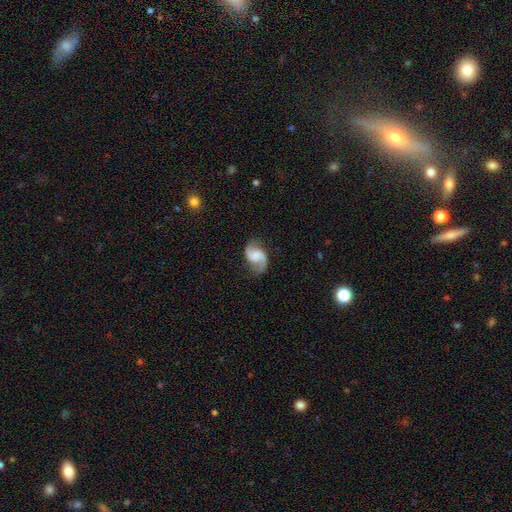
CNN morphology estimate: The model was most divided on "bar": no: 50%, weak: 39%, strong: 10%. Remaining: edge-on disk — no (98%); spiral arms — yes (97%); spiral arm count — 2 (93%); smooth or featured — featured or disk (85%); merging — none (77%); spiral winding — loose (52%); bulge size — none (44%).